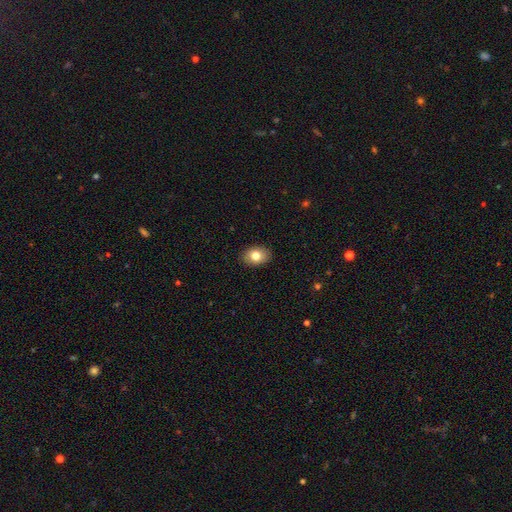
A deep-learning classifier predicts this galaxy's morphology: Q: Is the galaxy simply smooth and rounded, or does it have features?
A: smooth — 79%.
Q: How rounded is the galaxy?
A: in between — 79%.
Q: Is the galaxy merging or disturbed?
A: none — 90%.